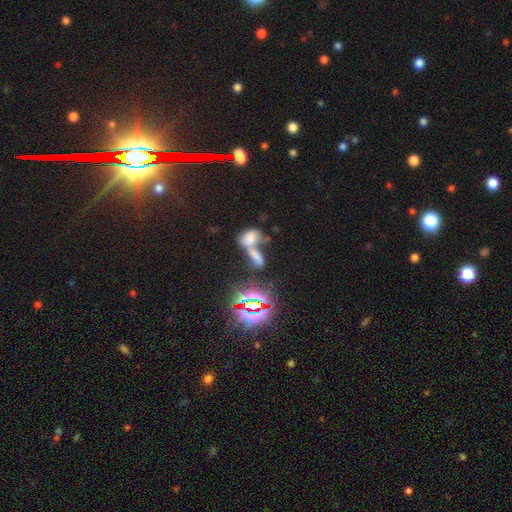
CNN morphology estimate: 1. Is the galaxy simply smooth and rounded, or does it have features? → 60% smooth, 25% star or artifact, 15% featured or disk.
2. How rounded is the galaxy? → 81% in between, 10% cigar-shaped, 8% round.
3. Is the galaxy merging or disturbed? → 74% merger, 15% none, 6% minor disturbance, 5% major disturbance.